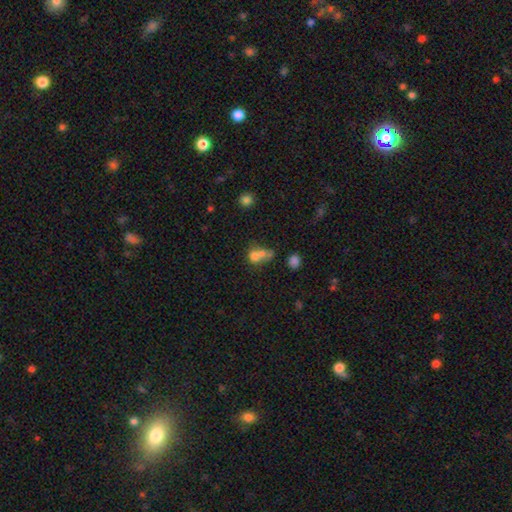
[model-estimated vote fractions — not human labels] smooth_or_featured: smooth (p=0.67) [alt: featured or disk p=0.19]
how_rounded: round (p=0.64) [alt: in between p=0.34]
merging: merger (p=0.62) [alt: none p=0.24]